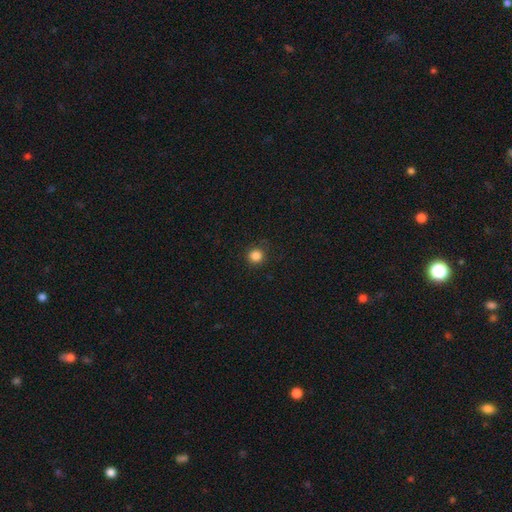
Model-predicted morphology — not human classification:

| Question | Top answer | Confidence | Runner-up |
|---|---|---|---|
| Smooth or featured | smooth | 85% | star or artifact (12%) |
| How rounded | round | 93% | in between (6%) |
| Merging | none | 88% | minor disturbance (8%) |